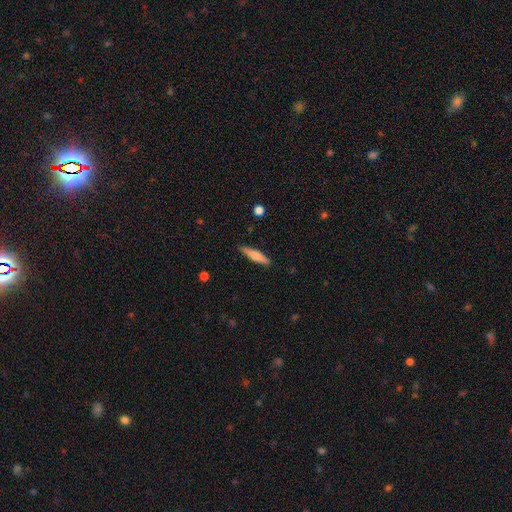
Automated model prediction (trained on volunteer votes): smooth 62%, featured or disk 32%, star or artifact 6%. Down the decision tree: how rounded — cigar-shaped (84%); merging — none (89%).